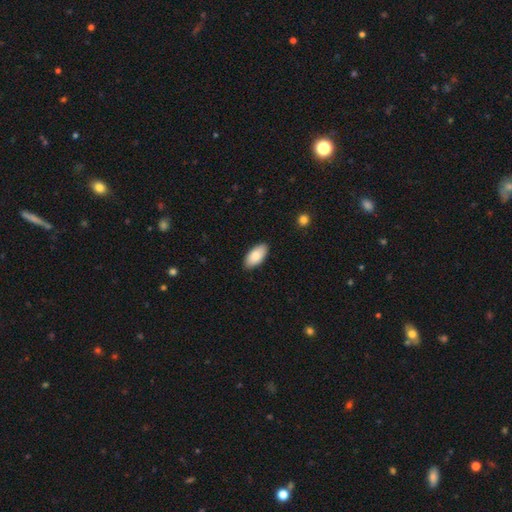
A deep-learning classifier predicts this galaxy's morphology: Q: Smooth or featured?
A: smooth (87%); runner-up: featured or disk (8%)
Q: How rounded?
A: in between (94%); runner-up: cigar-shaped (5%)
Q: Merging?
A: none (88%); runner-up: minor disturbance (9%)